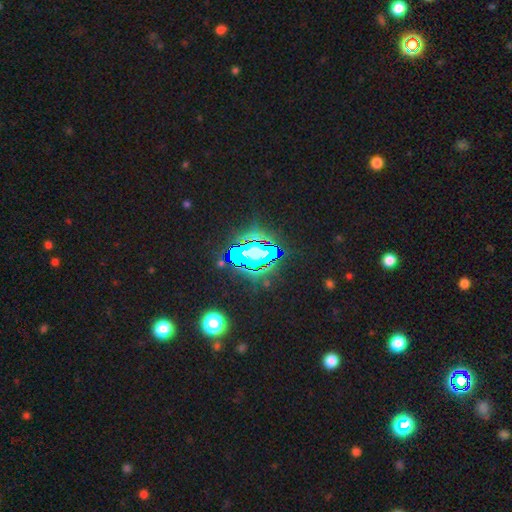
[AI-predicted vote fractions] This appears to be a star or artifact, not a galaxy (79%).